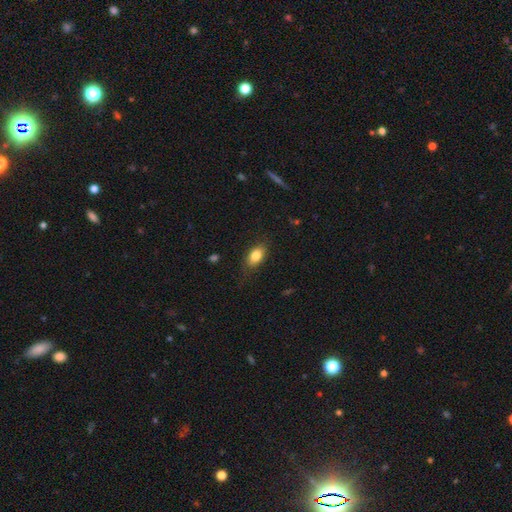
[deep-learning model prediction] Morphology: type=smooth (83%); roundness=in between (87%); merging=none (79%).